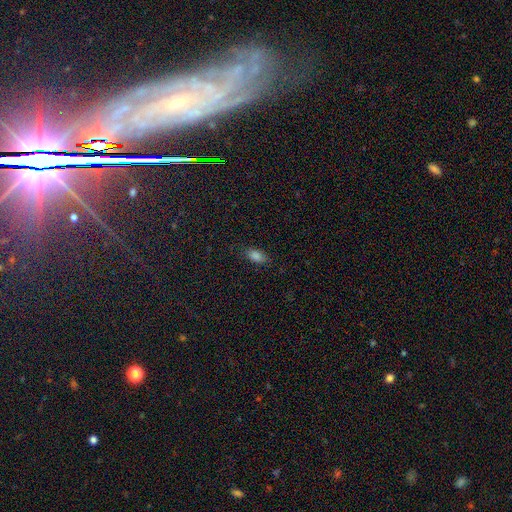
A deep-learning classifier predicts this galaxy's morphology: The model was most divided on "smooth or featured": smooth: 82%, star or artifact: 12%, featured or disk: 6%. More confident: how rounded — in between (88%); merging — none (84%).